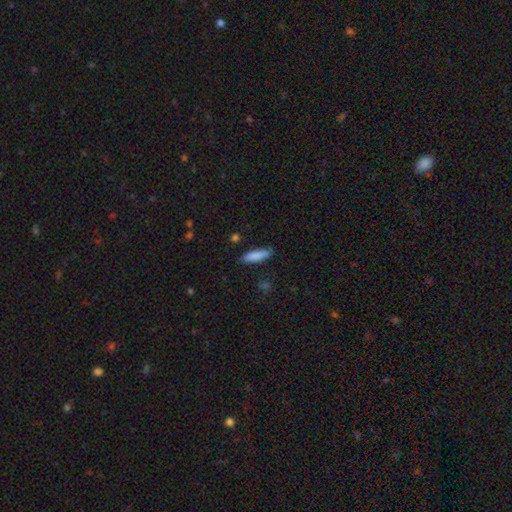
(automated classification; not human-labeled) Smooth or featured? Predicted: smooth (p=0.85). How rounded? Predicted: cigar-shaped (p=0.65). Merging? Predicted: none (p=0.82).